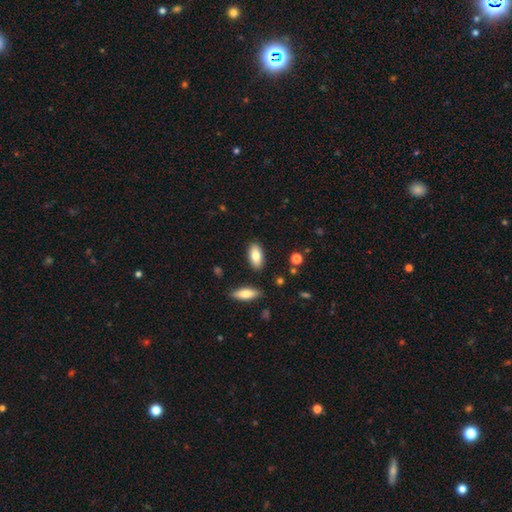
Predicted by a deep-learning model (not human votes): smooth-or-featured: smooth: 82% | featured or disk: 11% | star or artifact: 6%
  how-rounded: in between: 89% | cigar-shaped: 9% | round: 2%
  merging: none: 86% | minor disturbance: 9% | merger: 2% | major disturbance: 2%